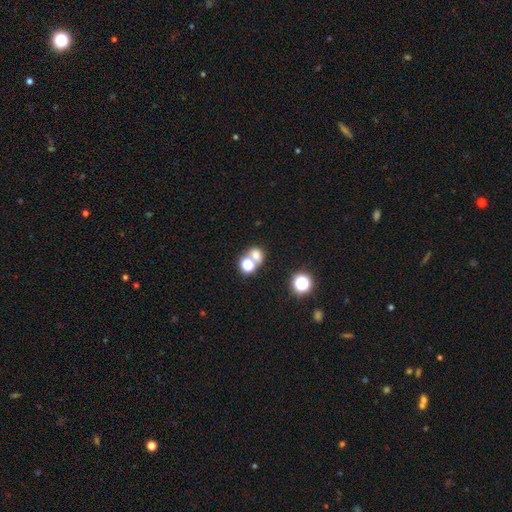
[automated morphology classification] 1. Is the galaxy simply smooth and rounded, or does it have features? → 65% smooth, 23% star or artifact, 12% featured or disk.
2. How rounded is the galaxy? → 62% round, 37% in between, 1% cigar-shaped.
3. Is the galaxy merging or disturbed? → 45% merger, 42% none, 8% minor disturbance, 5% major disturbance.